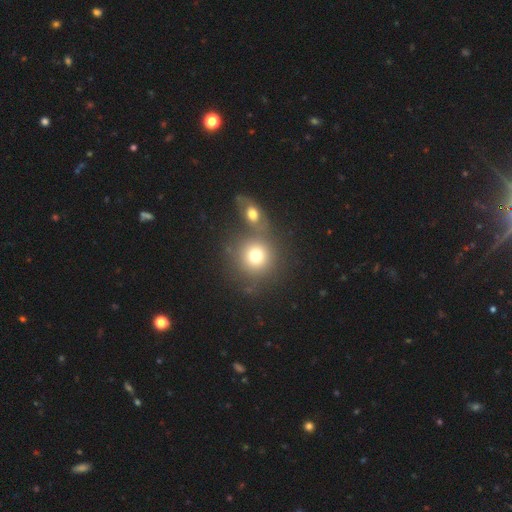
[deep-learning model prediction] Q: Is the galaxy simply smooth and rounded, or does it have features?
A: smooth — 74%.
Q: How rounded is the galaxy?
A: round — 88%.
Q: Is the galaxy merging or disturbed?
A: none — 52%.